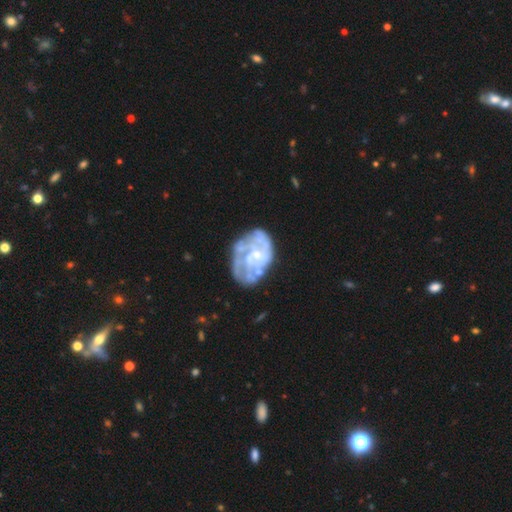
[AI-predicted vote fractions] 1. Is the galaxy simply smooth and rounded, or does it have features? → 77% featured or disk, 16% smooth, 7% star or artifact.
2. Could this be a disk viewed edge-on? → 98% no, 2% yes.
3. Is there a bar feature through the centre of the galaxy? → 69% no, 25% weak, 5% strong.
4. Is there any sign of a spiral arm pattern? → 56% yes, 44% no.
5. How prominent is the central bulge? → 55% small, 24% moderate, 18% none, 2% large, 1% dominant.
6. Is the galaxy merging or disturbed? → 53% none, 23% minor disturbance, 18% major disturbance, 6% merger.